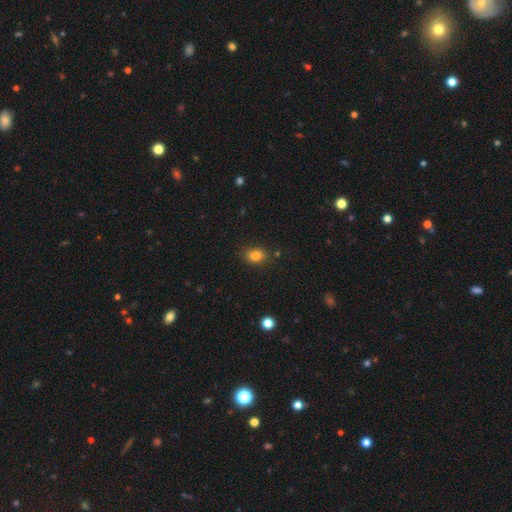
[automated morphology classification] A smooth galaxy with no disk features (81%) that is in between round and cigar-shaped (58%).

Vote fractions:
- Smooth or featured? smooth: 81% / star or artifact: 12% / featured or disk: 7%
- How rounded? in between: 58% / round: 41% / cigar-shaped: 1%
- Merging? none: 82% / minor disturbance: 13% / major disturbance: 3% / merger: 2%